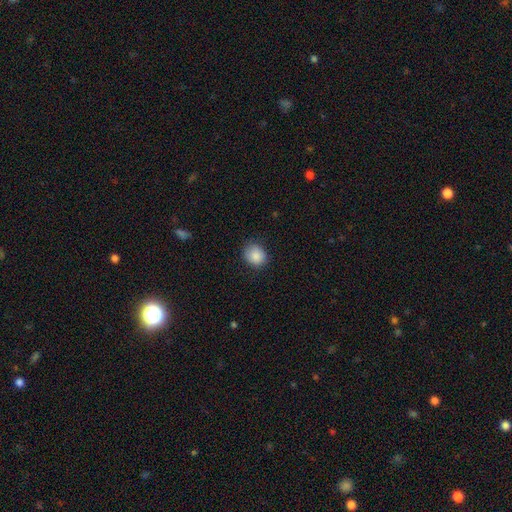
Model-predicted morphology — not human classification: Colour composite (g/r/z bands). It shows a smooth galaxy with no disk features (86%) that is round (69%). Merging: none (79%).